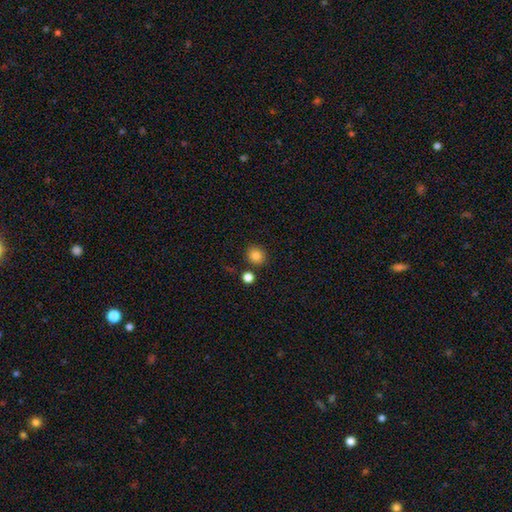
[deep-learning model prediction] A smooth galaxy with no disk features (85%) that is round (83%).

Vote fractions:
- Smooth or featured? smooth: 85% / star or artifact: 11% / featured or disk: 5%
- How rounded? round: 83% / in between: 16% / cigar-shaped: 1%
- Merging? none: 82% / minor disturbance: 9% / merger: 6% / major disturbance: 3%